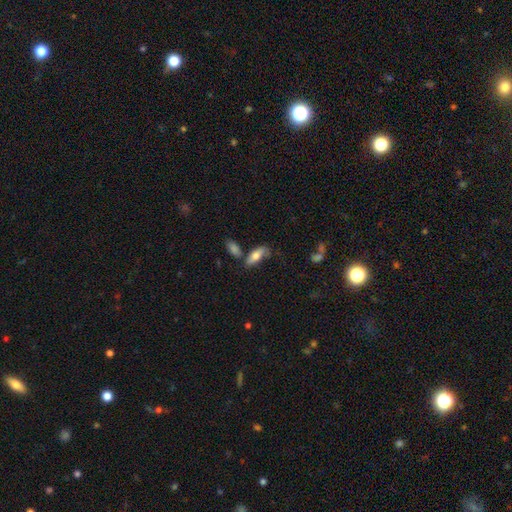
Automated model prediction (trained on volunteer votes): smooth 72%, featured or disk 21%, star or artifact 7%. Down the decision tree: how rounded — in between (75%); merging — none (55%).